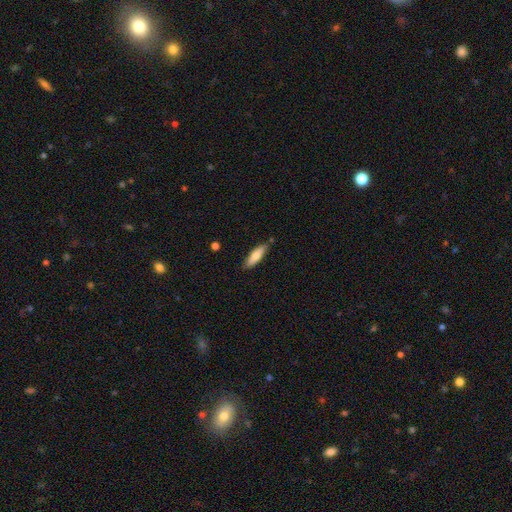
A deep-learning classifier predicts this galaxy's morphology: Smooth or featured? smooth (69%)
How rounded? cigar-shaped (61%)
Merging? none (80%)